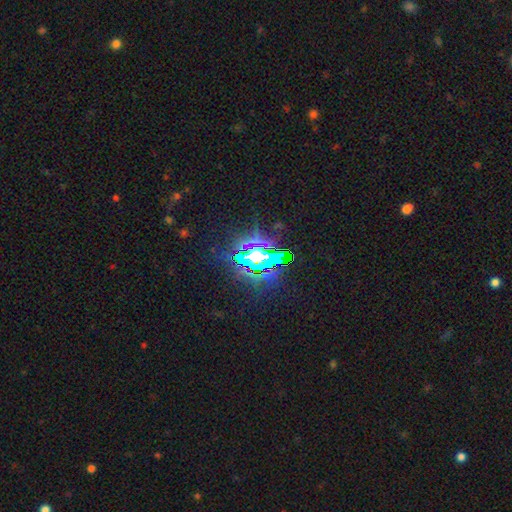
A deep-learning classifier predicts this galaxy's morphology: smooth_or_featured: star or artifact (p=0.75) [alt: featured or disk p=0.13]